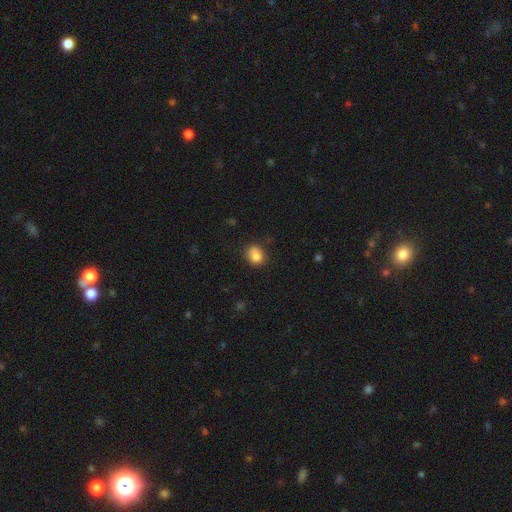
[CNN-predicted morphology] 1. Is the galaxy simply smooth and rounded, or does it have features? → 81% smooth, 10% star or artifact, 9% featured or disk.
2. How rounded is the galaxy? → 65% round, 34% in between, 1% cigar-shaped.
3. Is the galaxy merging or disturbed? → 66% none, 21% minor disturbance, 7% merger, 5% major disturbance.